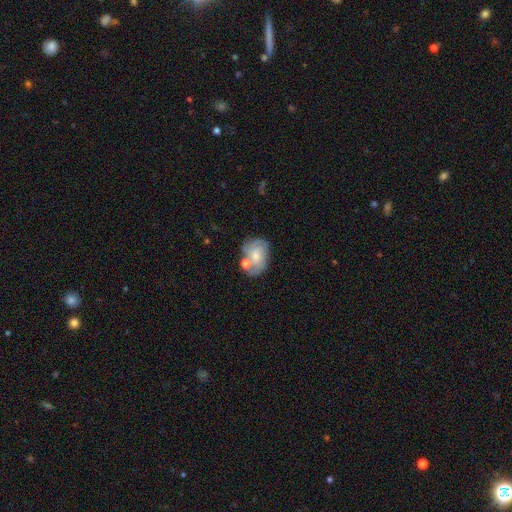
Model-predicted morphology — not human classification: The model was most divided on "smooth or featured": smooth: 48%, featured or disk: 44%, star or artifact: 8%. Remaining: merging — none (45%).